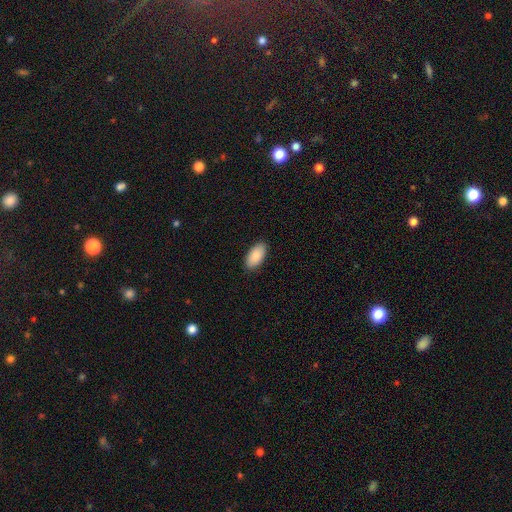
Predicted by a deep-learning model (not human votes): The model was most divided on "merging": none: 89%, minor disturbance: 9%, major disturbance: 2%, merger: 1%. More confident: how rounded — in between (95%); smooth or featured — smooth (90%).